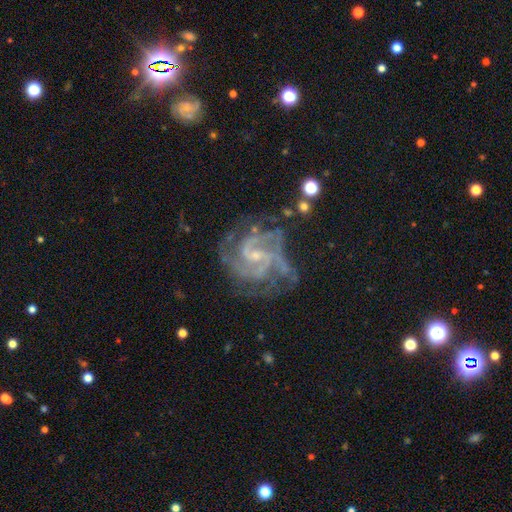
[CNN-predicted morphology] Smooth or featured?
  - featured or disk: 90% *
  - star or artifact: 7%
  - smooth: 4%
Edge-on disk?
  - no: 98% *
  - yes: 2%
Bar?
  - weak: 51% *
  - no: 31%
  - strong: 18%
Spiral arms?
  - yes: 98% *
  - no: 2%
Spiral winding?
  - medium: 47% *
  - tight: 45%
  - loose: 8%
Spiral arm count?
  - 3: 31% *
  - 2: 30%
  - can't tell: 16%
  - 4: 12%
  - more than 4: 6%
  - 1: 6%
Bulge size?
  - small: 70% *
  - moderate: 20%
  - none: 8%
  - large: 1%
  - dominant: 1%
Merging?
  - none: 62% *
  - minor disturbance: 20%
  - major disturbance: 15%
  - merger: 3%